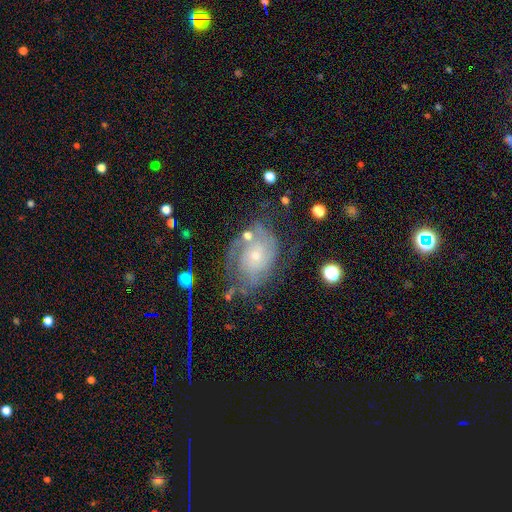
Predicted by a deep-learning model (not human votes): This appears to be a featured or disk galaxy (78%) with no bar (78%), tight (61%) spiral arms (90%) and a small central bulge (66%). Merging: none (58%).